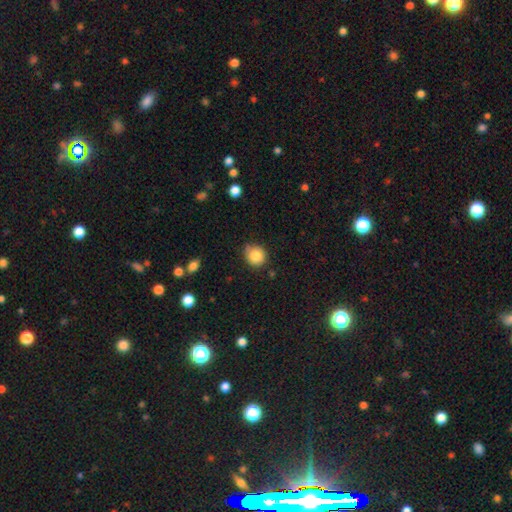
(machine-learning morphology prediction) Smooth or featured?
  - smooth: 84% *
  - star or artifact: 10%
  - featured or disk: 6%
How rounded?
  - round: 83% *
  - in between: 16%
  - cigar-shaped: 1%
Merging?
  - none: 69% *
  - minor disturbance: 24%
  - major disturbance: 4%
  - merger: 3%